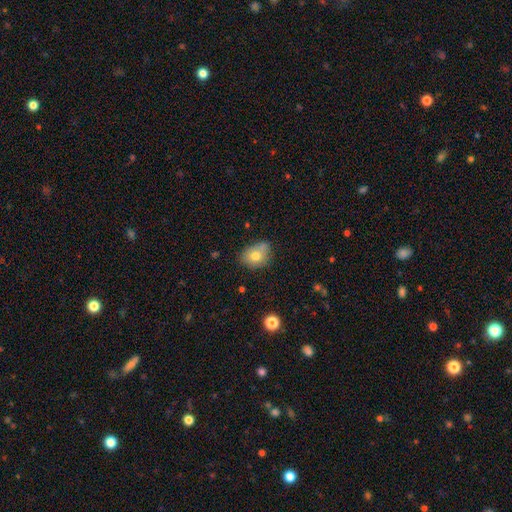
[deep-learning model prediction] Morphology: type=smooth (75%); roundness=in between (63%); merging=none (56%).